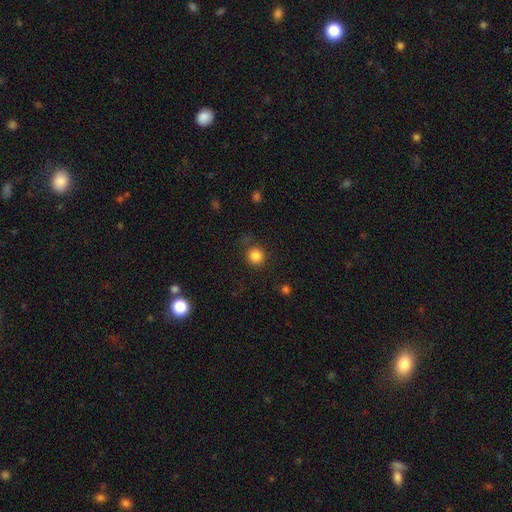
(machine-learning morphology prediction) This appears to be a smooth galaxy with no disk features (84%) that is round (91%). Merging: none (80%).